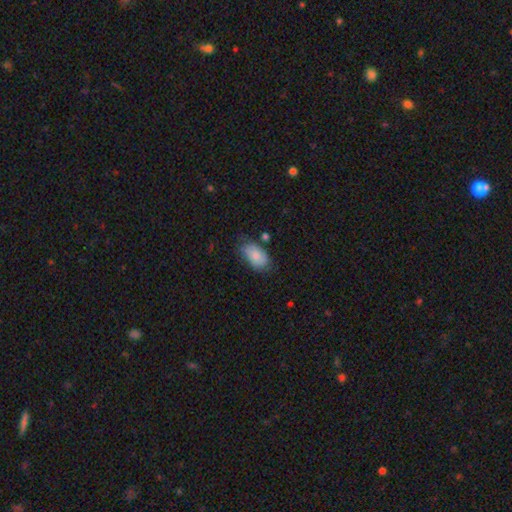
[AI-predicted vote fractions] Overall: smooth (81%). How rounded: in between (92%). Merging: none (61%; minor disturbance 27%).